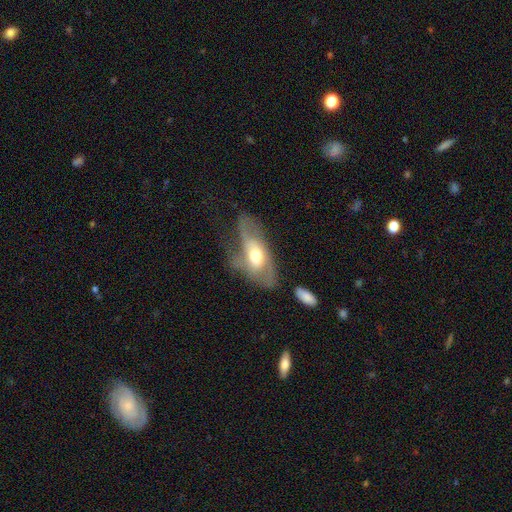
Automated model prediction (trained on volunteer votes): smooth-or-featured: featured or disk: 51% | smooth: 41% | star or artifact: 7%
  disk-edge-on: no: 83% | yes: 17%
  merging: major disturbance: 35% | none: 33% | minor disturbance: 27% | merger: 5%